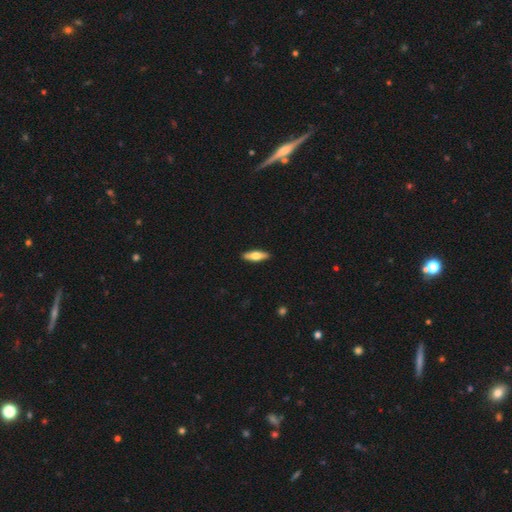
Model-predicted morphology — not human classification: type=smooth (60%); roundness=cigar-shaped (51%); merging=none (90%).